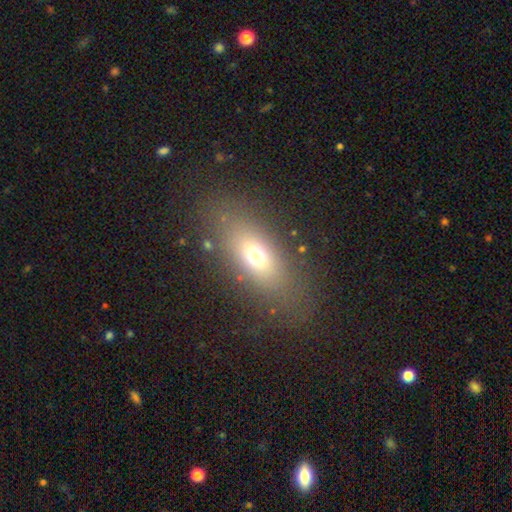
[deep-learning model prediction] smooth_or_featured: smooth (p=0.65) [alt: featured or disk p=0.21]
how_rounded: in between (p=0.73) [alt: cigar-shaped p=0.17]
merging: none (p=0.77) [alt: minor disturbance p=0.12]